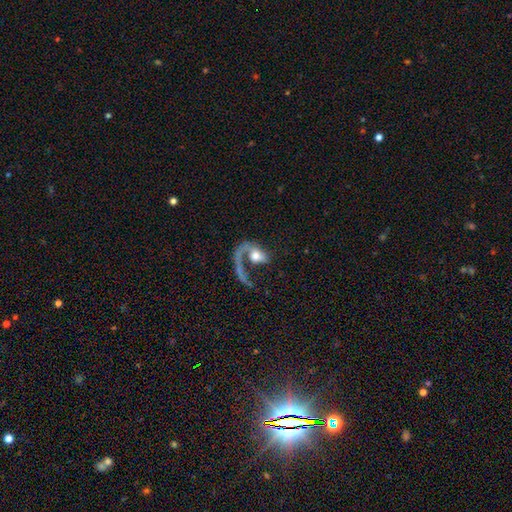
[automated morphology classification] This appears to be a featured or disk galaxy (62%) with no bar (71%), spiral arms (75%) and a moderate central bulge (50%). Merging: major disturbance (53%).